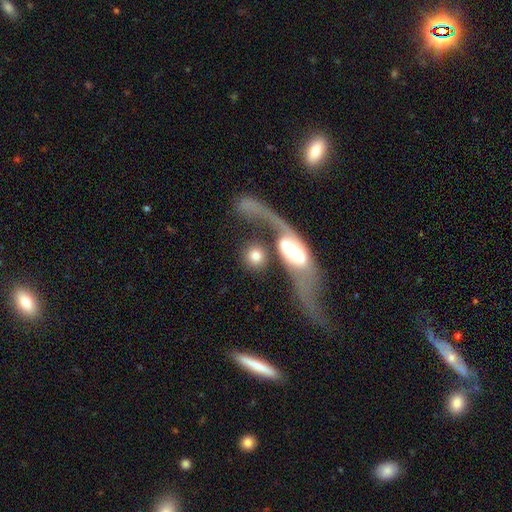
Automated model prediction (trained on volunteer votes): The model was most divided on "merging": none: 40%, merger: 38%, major disturbance: 13%, minor disturbance: 9%. More confident: how rounded — round (76%); smooth or featured — smooth (66%).